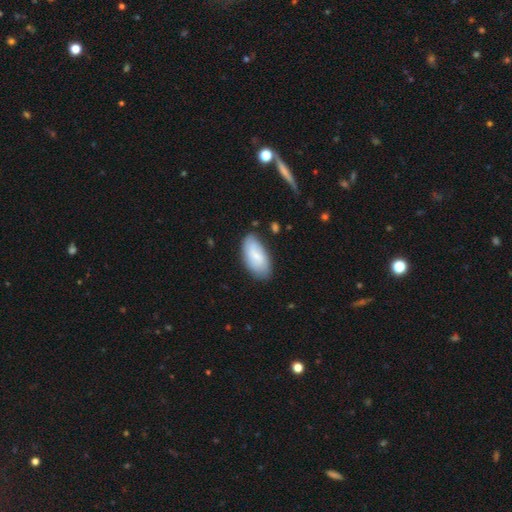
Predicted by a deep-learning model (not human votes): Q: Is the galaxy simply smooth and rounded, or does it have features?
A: smooth — 62%.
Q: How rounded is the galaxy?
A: in between — 93%.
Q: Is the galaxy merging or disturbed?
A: none — 76%.